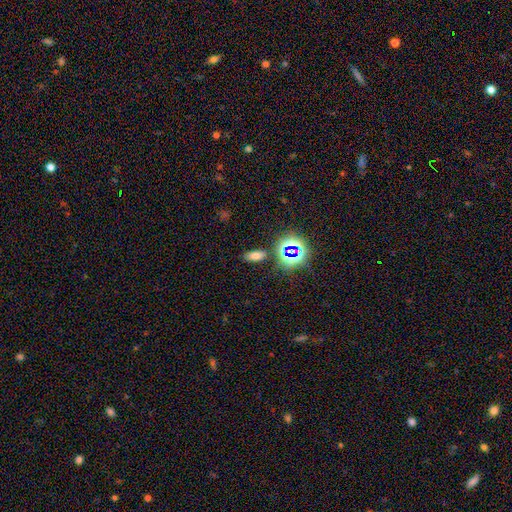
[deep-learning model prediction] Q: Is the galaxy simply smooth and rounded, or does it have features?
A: smooth — 66%.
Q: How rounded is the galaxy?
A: in between — 84%.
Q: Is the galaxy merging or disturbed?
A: none — 83%.